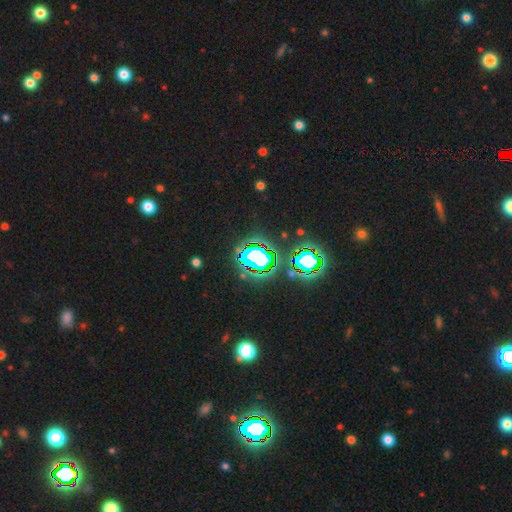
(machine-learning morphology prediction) smooth_or_featured: star or artifact (p=0.65) [alt: smooth p=0.20]